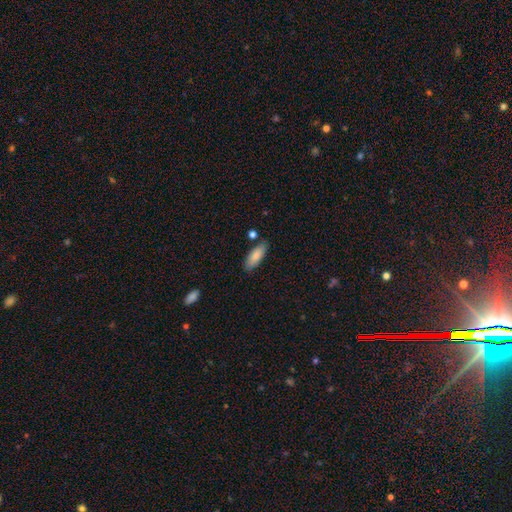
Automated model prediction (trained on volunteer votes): This appears to be a smooth galaxy with no disk features (84%) that is in between round and cigar-shaped (71%). Merging: none (80%).